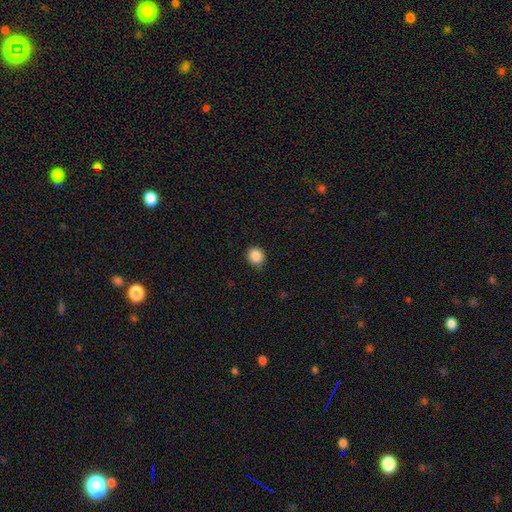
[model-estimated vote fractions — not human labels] Morphology: type=smooth (87%); roundness=round (80%); merging=none (87%).